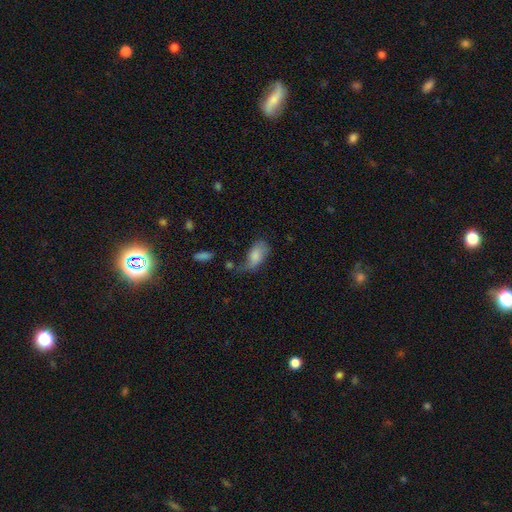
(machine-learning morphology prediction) Overall: smooth (75%). How rounded: in between (92%). Merging: none (34%, tied with minor disturbance).